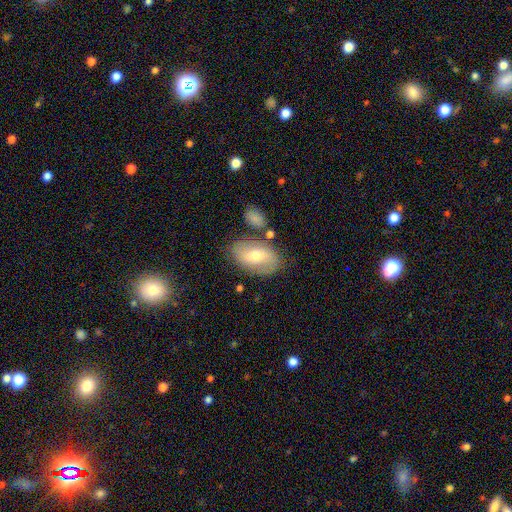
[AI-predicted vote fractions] A smooth galaxy with no disk features (48%).

Vote fractions:
- Smooth or featured? smooth: 48% / featured or disk: 45% / star or artifact: 7%
- Merging? none: 74% / minor disturbance: 15% / merger: 7% / major disturbance: 4%